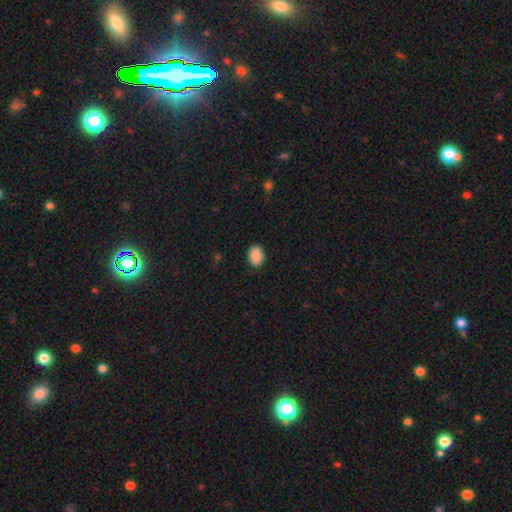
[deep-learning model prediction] Overall: smooth (89%). How rounded: in between (78%). Merging: none (87%).